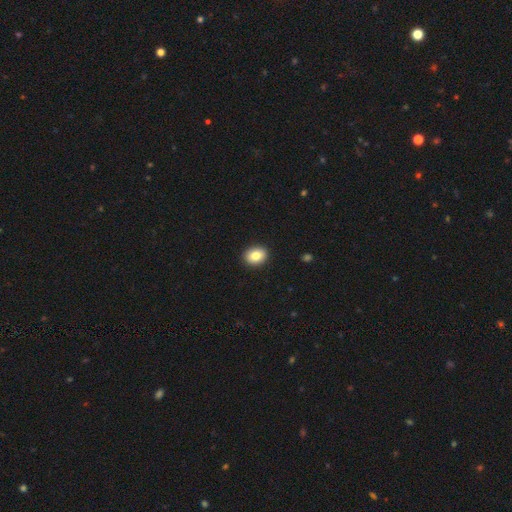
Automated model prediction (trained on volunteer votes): A smooth galaxy with no disk features (84%) that is in between round and cigar-shaped (52%).

Vote fractions:
- Smooth or featured? smooth: 84% / star or artifact: 8% / featured or disk: 8%
- How rounded? in between: 52% / round: 47% / cigar-shaped: 1%
- Merging? none: 92% / minor disturbance: 6% / major disturbance: 2% / merger: 1%